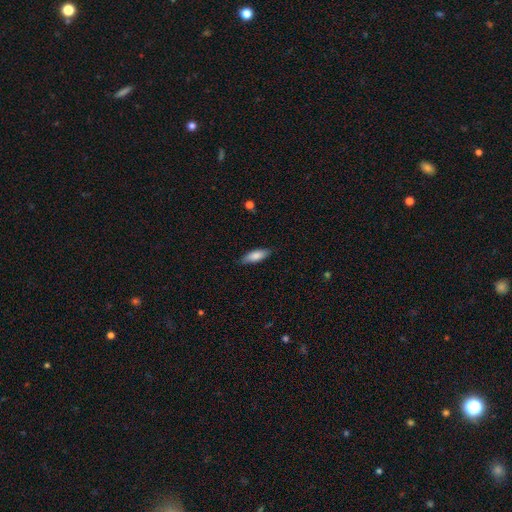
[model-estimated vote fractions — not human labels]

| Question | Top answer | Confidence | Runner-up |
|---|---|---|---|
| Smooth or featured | smooth | 82% | featured or disk (12%) |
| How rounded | in between | 63% | cigar-shaped (35%) |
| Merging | none | 85% | minor disturbance (12%) |